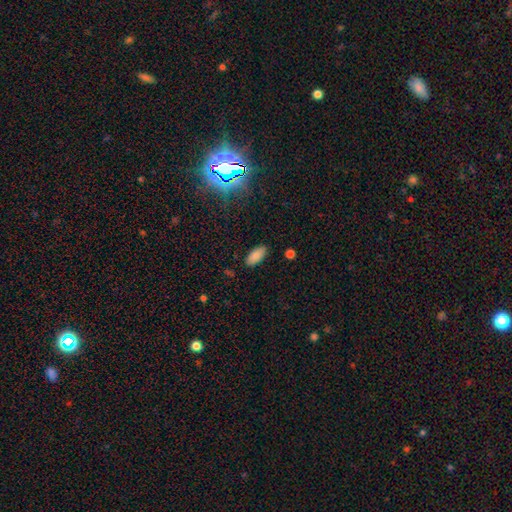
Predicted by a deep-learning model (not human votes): Overall: smooth (87%). How rounded: in between (91%). Merging: none (88%).